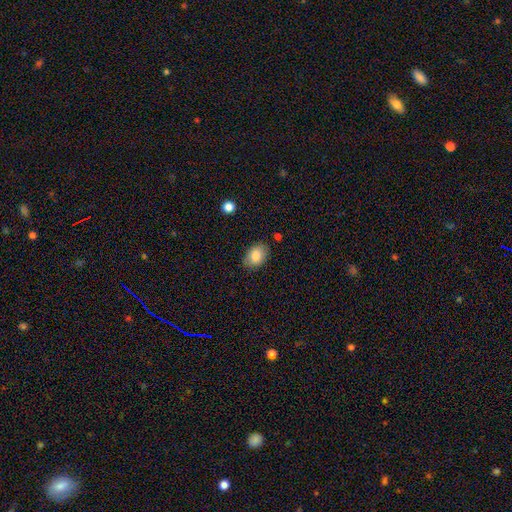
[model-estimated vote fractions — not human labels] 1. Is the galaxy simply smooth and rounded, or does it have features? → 84% smooth, 8% featured or disk, 8% star or artifact.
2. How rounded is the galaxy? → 79% in between, 20% round, 1% cigar-shaped.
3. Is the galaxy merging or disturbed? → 80% none, 15% minor disturbance, 3% major disturbance, 2% merger.